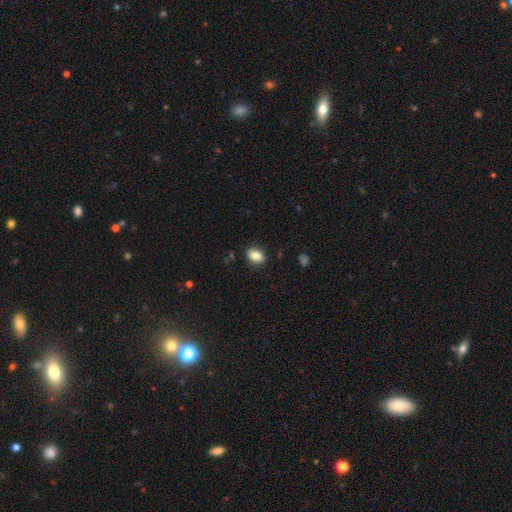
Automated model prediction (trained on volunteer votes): Q: Smooth or featured?
A: smooth (85%); runner-up: star or artifact (8%)
Q: How rounded?
A: in between (78%); runner-up: round (21%)
Q: Merging?
A: none (87%); runner-up: minor disturbance (10%)